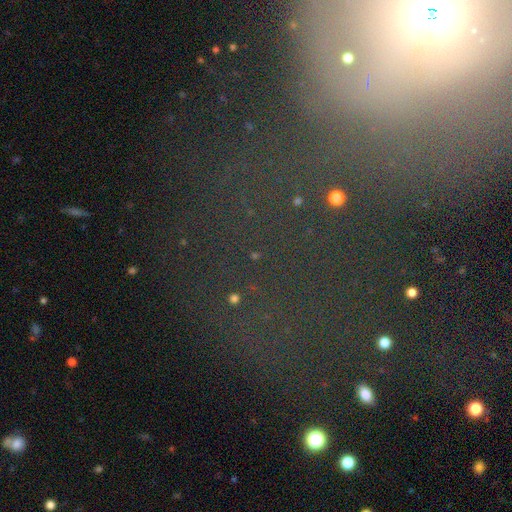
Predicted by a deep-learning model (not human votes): This appears to be a star or artifact, not a galaxy (57%).